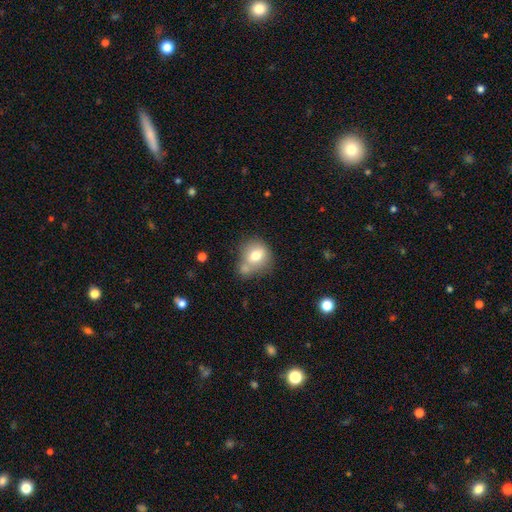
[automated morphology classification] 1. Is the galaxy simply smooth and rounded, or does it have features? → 73% smooth, 18% featured or disk, 9% star or artifact.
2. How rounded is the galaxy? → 70% round, 29% in between, 1% cigar-shaped.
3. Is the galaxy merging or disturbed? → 44% none, 31% merger, 18% minor disturbance, 7% major disturbance.